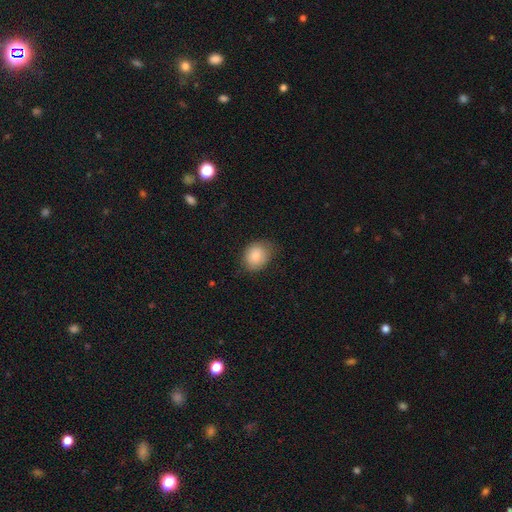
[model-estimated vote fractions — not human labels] Q: Smooth or featured?
A: smooth (82%); runner-up: featured or disk (9%)
Q: How rounded?
A: round (53%); runner-up: in between (46%)
Q: Merging?
A: none (73%); runner-up: minor disturbance (22%)